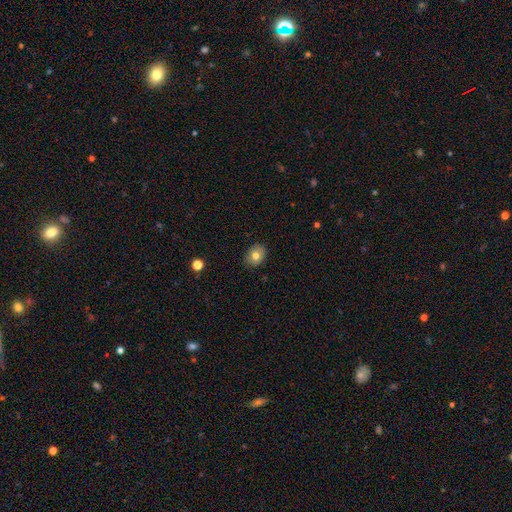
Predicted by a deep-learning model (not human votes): This is likely a smooth galaxy (76%). How rounded: possibly round (57%). Merging: clearly none (88%).